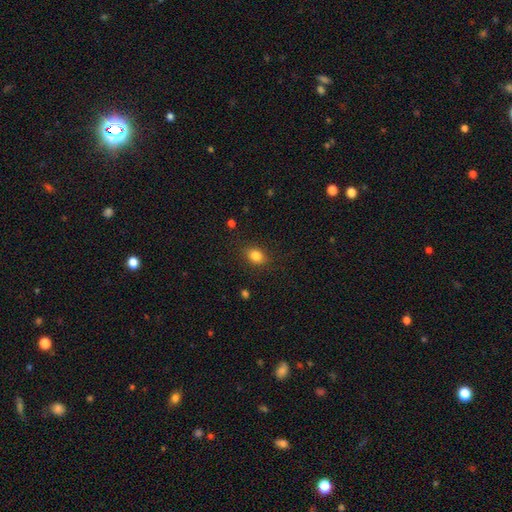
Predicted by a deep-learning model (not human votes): This appears to be a smooth galaxy with no disk features (84%) that is in between round and cigar-shaped (69%). Merging: none (86%).